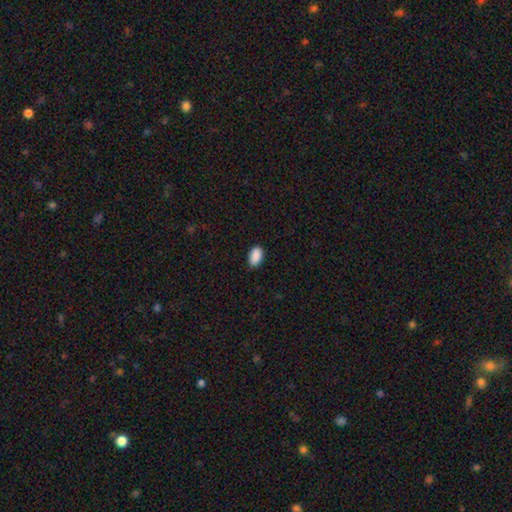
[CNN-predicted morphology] Q: Smooth or featured?
A: smooth (90%); runner-up: star or artifact (8%)
Q: How rounded?
A: in between (92%); runner-up: round (6%)
Q: Merging?
A: none (83%); runner-up: minor disturbance (14%)